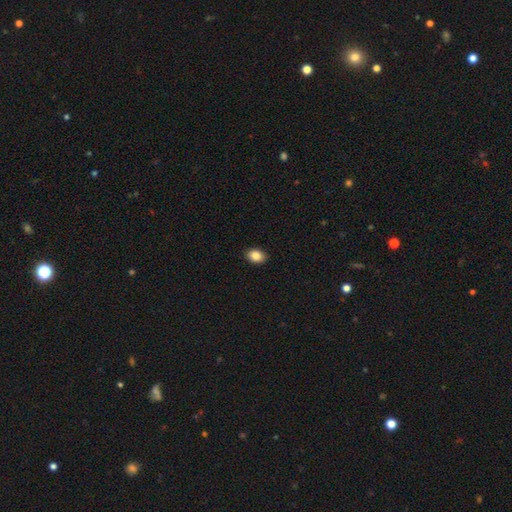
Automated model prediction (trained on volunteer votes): Q: Smooth or featured?
A: smooth (86%); runner-up: star or artifact (8%)
Q: How rounded?
A: in between (76%); runner-up: round (22%)
Q: Merging?
A: none (90%); runner-up: minor disturbance (8%)